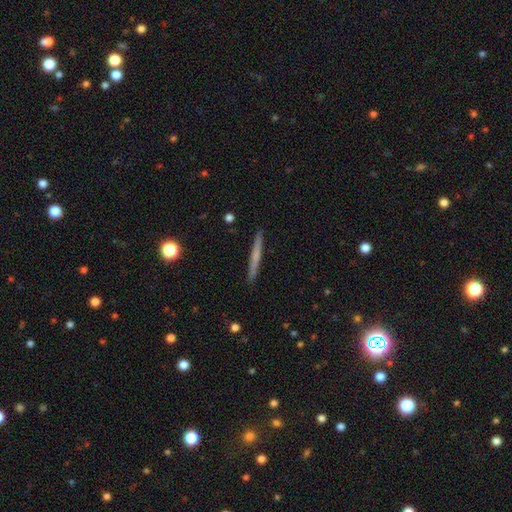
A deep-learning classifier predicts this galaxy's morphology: Overall: smooth (52%; featured or disk 42%). How rounded: cigar-shaped (96%). Merging: none (92%).